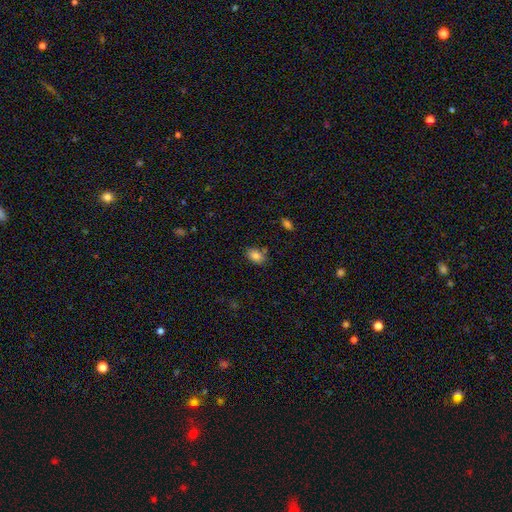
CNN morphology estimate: This appears to be a smooth galaxy with no disk features (83%) that is in between round and cigar-shaped (84%). Merging: none (77%).